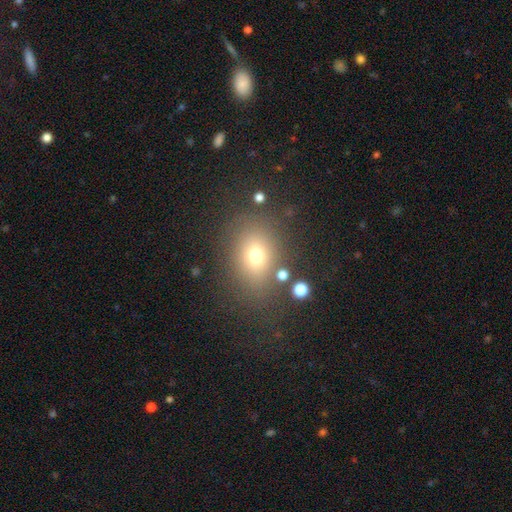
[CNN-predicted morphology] Smooth or featured? Predicted: smooth (p=0.70). How rounded? Predicted: in between (p=0.56). Merging? Predicted: none (p=0.77).